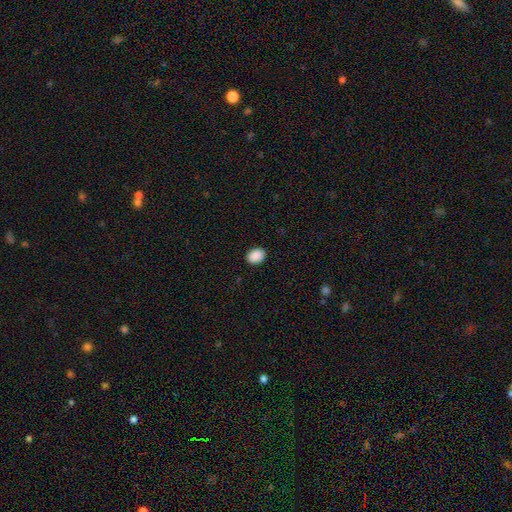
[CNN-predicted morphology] smooth-or-featured: smooth: 90% | star or artifact: 8% | featured or disk: 2%
  how-rounded: in between: 67% | round: 32% | cigar-shaped: 1%
  merging: none: 90% | minor disturbance: 7% | major disturbance: 2% | merger: 1%